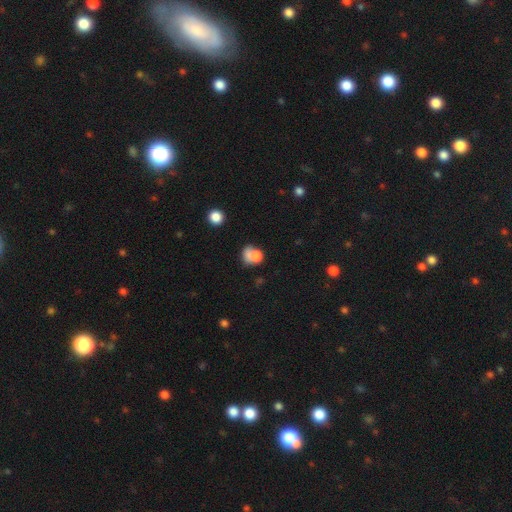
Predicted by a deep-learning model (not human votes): Smooth or featured?
  - smooth: 71% *
  - featured or disk: 18%
  - star or artifact: 11%
How rounded?
  - round: 60% *
  - in between: 39%
  - cigar-shaped: 1%
Merging?
  - none: 33% *
  - merger: 25%
  - minor disturbance: 21%
  - major disturbance: 20%